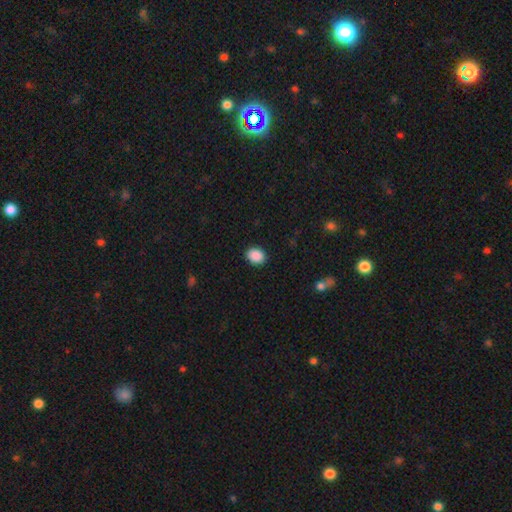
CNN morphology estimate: smooth 89%, star or artifact 8%, featured or disk 2%. Down the decision tree: how rounded — in between (51%); merging — none (90%).